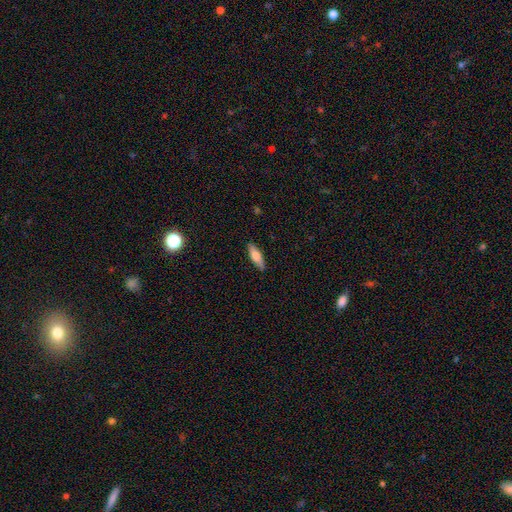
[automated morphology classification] Smooth or featured? smooth (66%)
How rounded? cigar-shaped (50%)
Merging? none (88%)